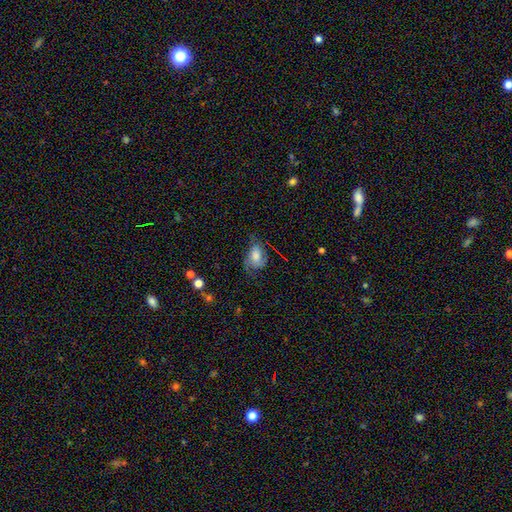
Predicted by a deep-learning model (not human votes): A smooth galaxy with no disk features (50%) that is in between round and cigar-shaped (78%). Merging: none (44%).